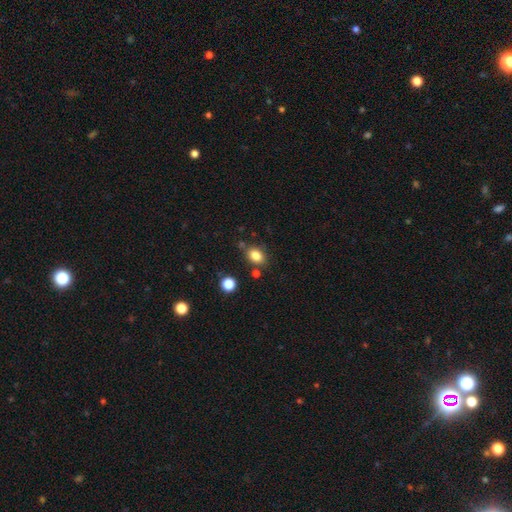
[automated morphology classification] A smooth galaxy with no disk features (84%) that is in between round and cigar-shaped (71%).

Vote fractions:
- Smooth or featured? smooth: 84% / star or artifact: 10% / featured or disk: 6%
- How rounded? in between: 71% / round: 27% / cigar-shaped: 1%
- Merging? none: 75% / minor disturbance: 14% / merger: 7% / major disturbance: 4%